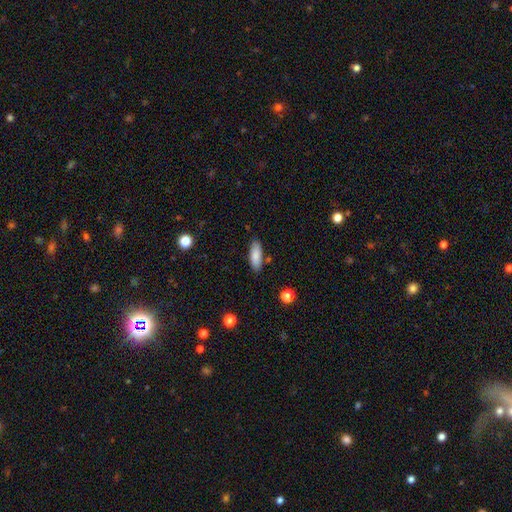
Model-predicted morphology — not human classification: smooth_or_featured: smooth (p=0.85) [alt: featured or disk p=0.09]
how_rounded: in between (p=0.69) [alt: cigar-shaped p=0.29]
merging: none (p=0.83) [alt: minor disturbance p=0.12]